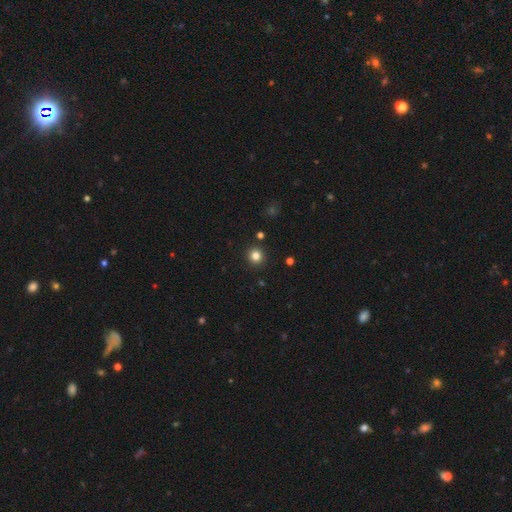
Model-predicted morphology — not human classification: The model was most divided on "smooth or featured": smooth: 82%, star or artifact: 13%, featured or disk: 5%. More confident: how rounded — round (93%); merging — none (91%).